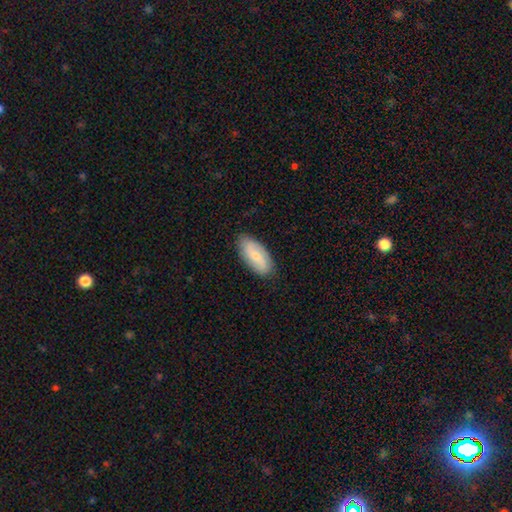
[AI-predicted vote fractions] Smooth or featured: smooth — 52% (featured or disk — 42%)
How rounded: in between — 87% (cigar-shaped — 11%)
Merging: none — 85% (minor disturbance — 12%)